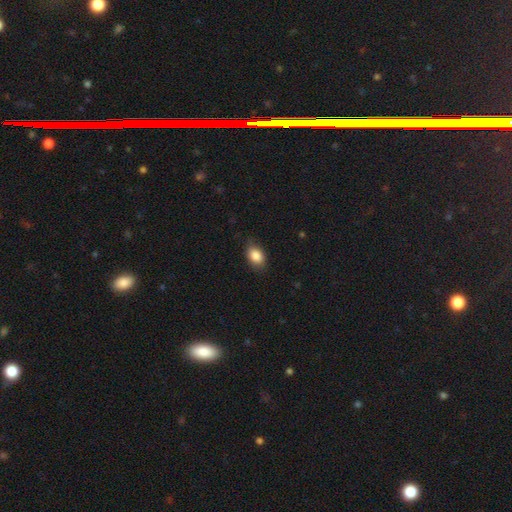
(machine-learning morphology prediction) smooth_or_featured: smooth (p=0.86) [alt: star or artifact p=0.08]
how_rounded: in between (p=0.80) [alt: round p=0.19]
merging: none (p=0.79) [alt: minor disturbance p=0.17]